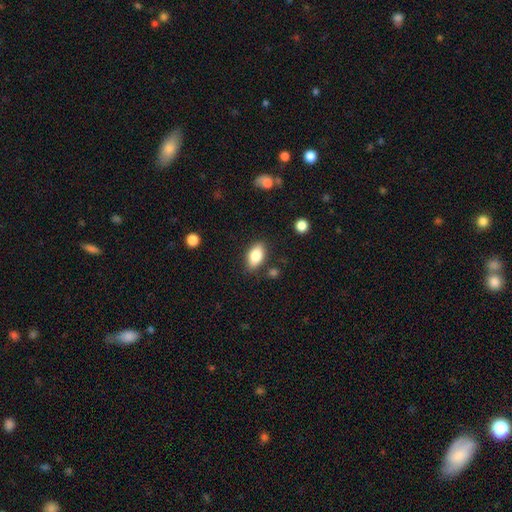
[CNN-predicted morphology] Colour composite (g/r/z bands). It shows a smooth galaxy with no disk features (82%) that is in between round and cigar-shaped (90%). Merging: none (83%).